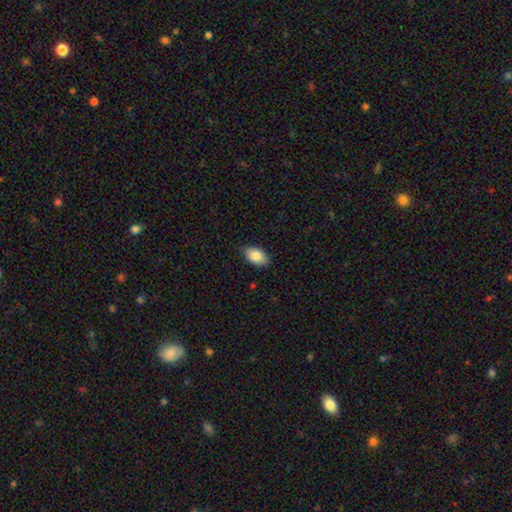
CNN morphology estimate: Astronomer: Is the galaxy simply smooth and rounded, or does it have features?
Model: smooth — 85%.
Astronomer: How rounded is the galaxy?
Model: in between — 92%.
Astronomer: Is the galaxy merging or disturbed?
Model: none — 84%.